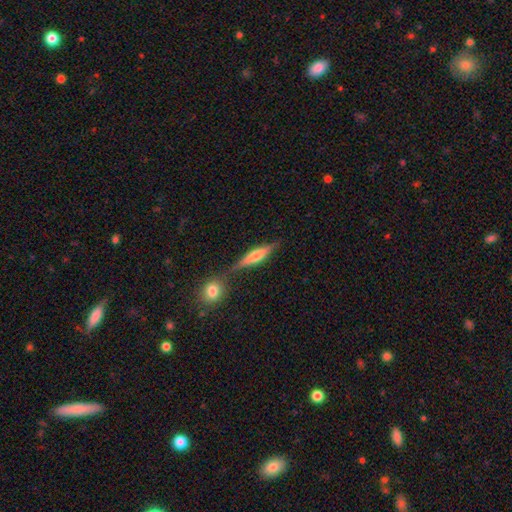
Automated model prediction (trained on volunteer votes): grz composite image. It shows a featured or disk galaxy (52%) viewed edge-on (93%). Merging: none (66%).